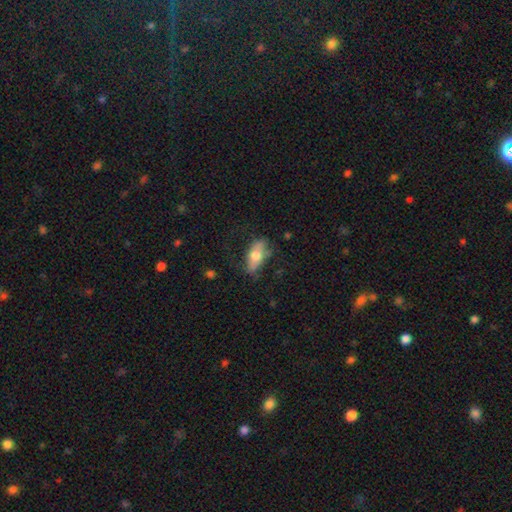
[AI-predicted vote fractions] A smooth galaxy with no disk features (57%) that is in between round and cigar-shaped (77%).

Vote fractions:
- Smooth or featured? smooth: 57% / featured or disk: 35% / star or artifact: 8%
- How rounded? in between: 77% / cigar-shaped: 18% / round: 5%
- Merging? none: 63% / minor disturbance: 24% / major disturbance: 11% / merger: 2%